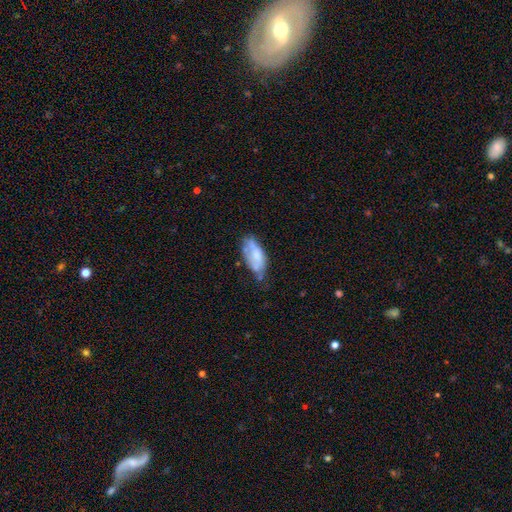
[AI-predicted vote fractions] Smooth or featured? smooth (53%)
How rounded? in between (87%)
Merging? none (37%)